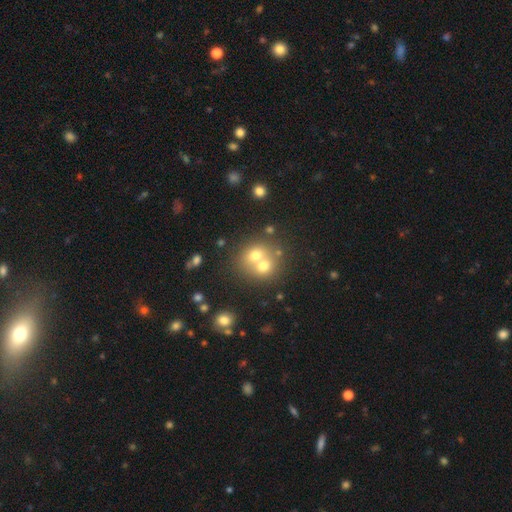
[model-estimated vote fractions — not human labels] This is likely a smooth galaxy (64%). How rounded: likely round (74%). Merging: possibly merger (59%).